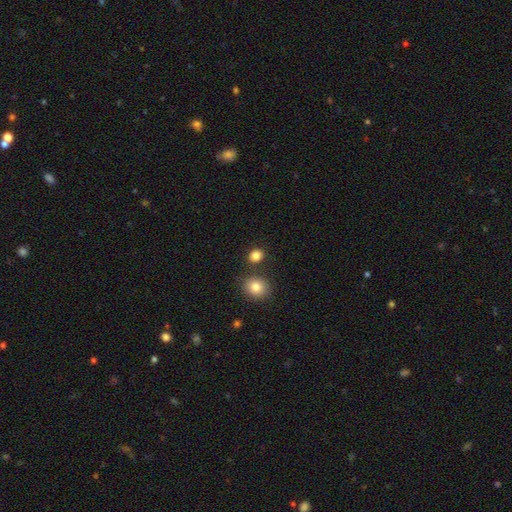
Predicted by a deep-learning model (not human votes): smooth 84%, star or artifact 11%, featured or disk 5%. Down the decision tree: how rounded — round (68%); merging — none (80%).